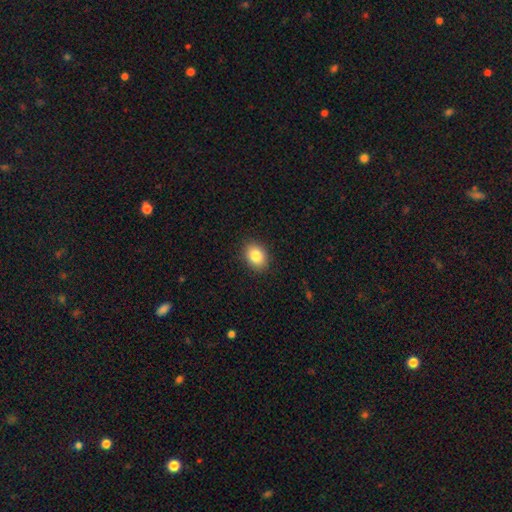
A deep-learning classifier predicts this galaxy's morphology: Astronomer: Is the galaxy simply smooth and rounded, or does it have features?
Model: smooth — 85%.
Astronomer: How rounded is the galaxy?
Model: in between — 59% (runner-up: round, 40%).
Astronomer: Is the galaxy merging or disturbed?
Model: none — 90%.